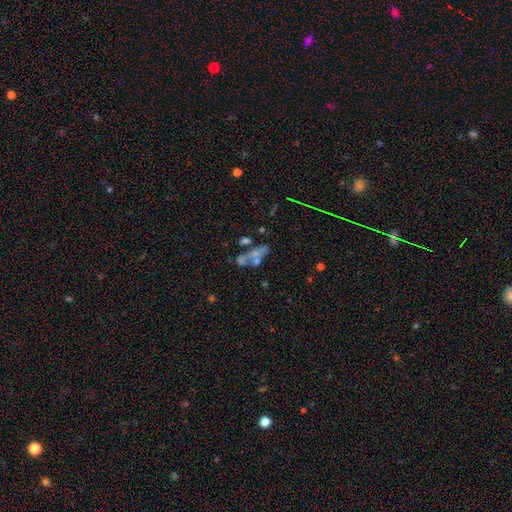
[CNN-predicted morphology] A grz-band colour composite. It shows a featured or disk galaxy (46%). Merging: merger (41%).